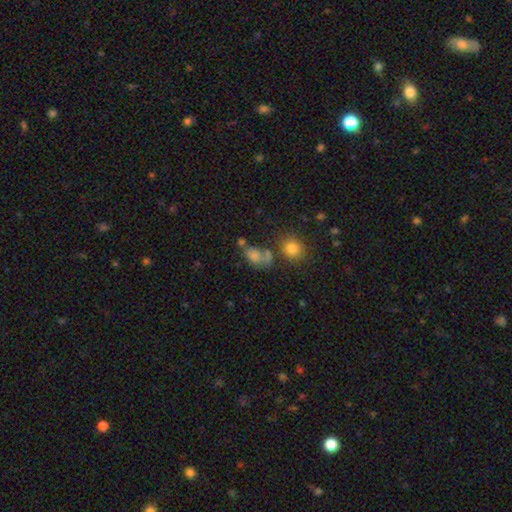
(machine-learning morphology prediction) This is likely a smooth galaxy (70%). How rounded: likely in between (70%). Merging: marginally none (33%).